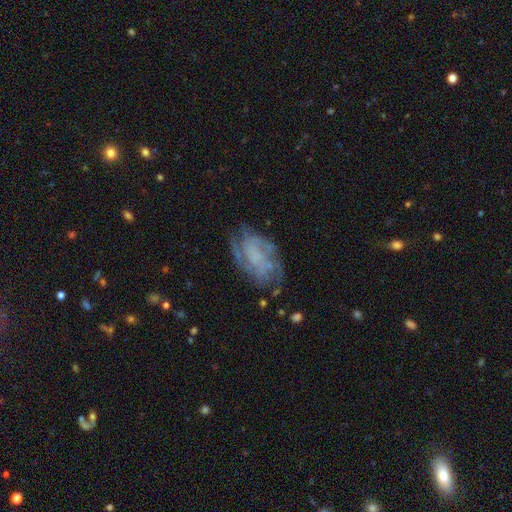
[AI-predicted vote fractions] Smooth or featured?
  - featured or disk: 67% *
  - smooth: 20%
  - star or artifact: 13%
Edge-on disk?
  - no: 95% *
  - yes: 5%
Bar?
  - no: 65% *
  - weak: 28%
  - strong: 7%
Spiral arms?
  - yes: 86% *
  - no: 14%
Spiral winding?
  - tight: 49% *
  - medium: 37%
  - loose: 14%
Spiral arm count?
  - can't tell: 42% *
  - 2: 18%
  - 3: 18%
  - 4: 10%
  - more than 4: 6%
  - 1: 6%
Bulge size?
  - none: 51% *
  - small: 27%
  - moderate: 15%
  - large: 5%
  - dominant: 2%
Merging?
  - none: 71% *
  - minor disturbance: 17%
  - major disturbance: 9%
  - merger: 2%